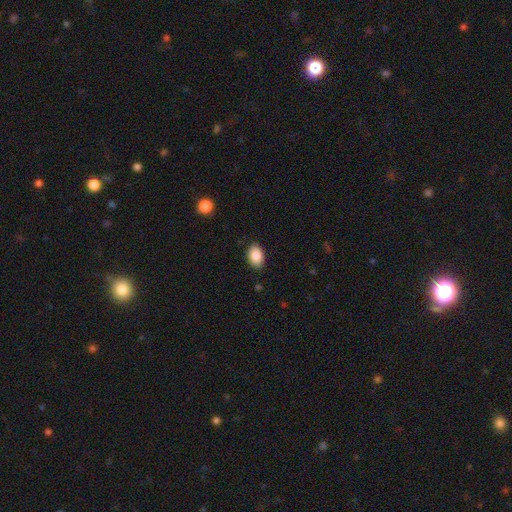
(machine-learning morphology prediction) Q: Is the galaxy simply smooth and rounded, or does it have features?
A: smooth — 88%.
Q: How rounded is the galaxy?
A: in between — 88%.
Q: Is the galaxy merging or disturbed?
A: none — 87%.